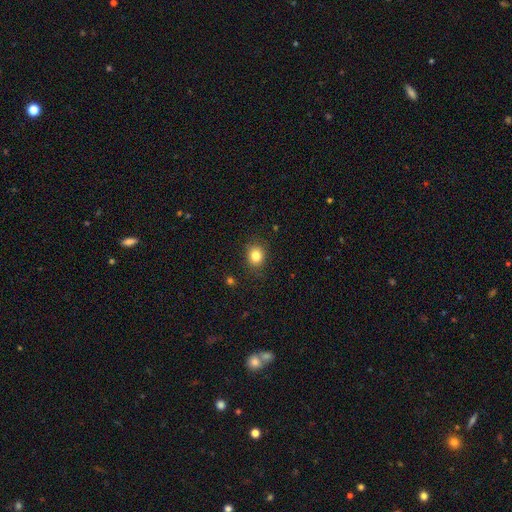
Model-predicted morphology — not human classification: smooth_or_featured: smooth (p=0.83) [alt: star or artifact p=0.11]
how_rounded: round (p=0.68) [alt: in between p=0.31]
merging: none (p=0.85) [alt: minor disturbance p=0.11]